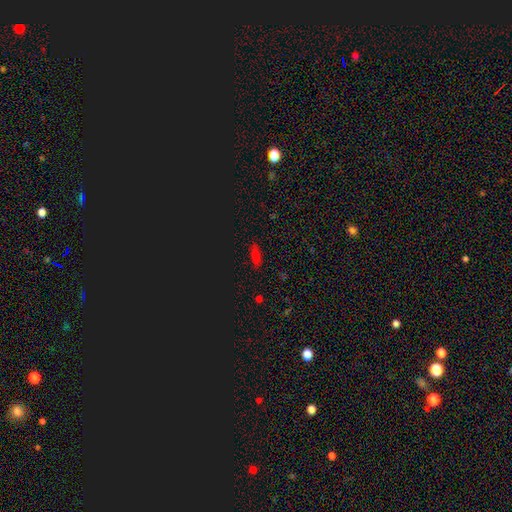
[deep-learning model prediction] Overall: smooth (64%; star or artifact 29%). How rounded: in between (68%). Merging: none (85%).